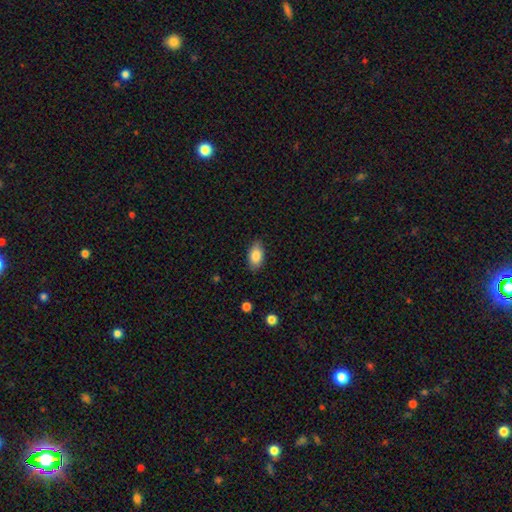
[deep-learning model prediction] smooth-or-featured: smooth: 84% | featured or disk: 8% | star or artifact: 7%
  how-rounded: in between: 92% | round: 5% | cigar-shaped: 3%
  merging: none: 85% | minor disturbance: 12% | major disturbance: 3% | merger: 1%